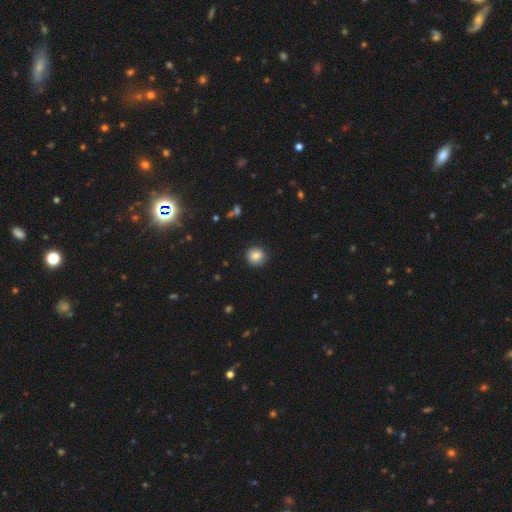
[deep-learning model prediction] smooth 84%, star or artifact 10%, featured or disk 7%. Down the decision tree: how rounded — round (92%); merging — none (90%).